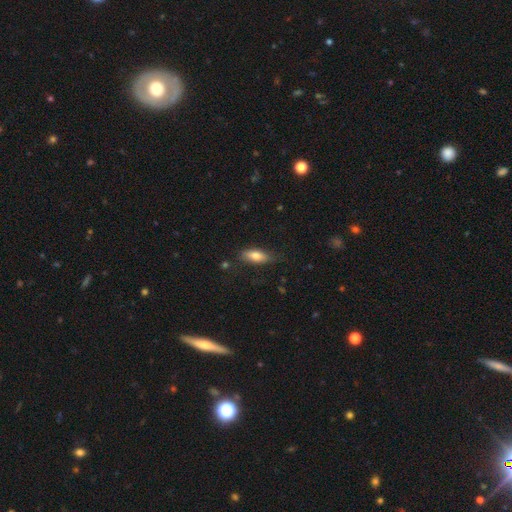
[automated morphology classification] Smooth or featured? smooth (75%)
How rounded? in between (72%)
Merging? none (74%)